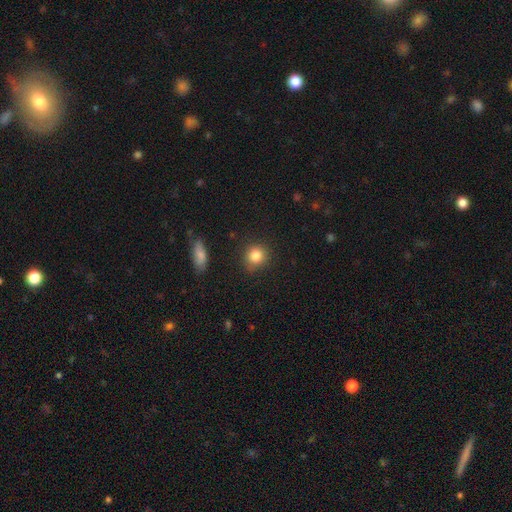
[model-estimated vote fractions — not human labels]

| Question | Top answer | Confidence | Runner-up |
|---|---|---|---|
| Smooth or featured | smooth | 84% | star or artifact (10%) |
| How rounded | round | 85% | in between (14%) |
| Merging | none | 84% | minor disturbance (11%) |